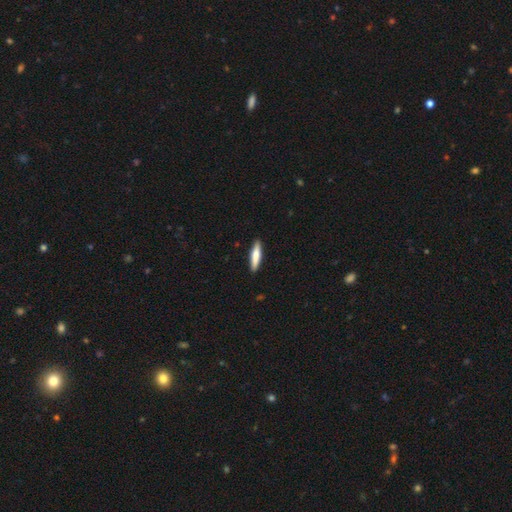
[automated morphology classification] smooth 69%, featured or disk 25%, star or artifact 5%. Down the decision tree: how rounded — cigar-shaped (82%); merging — none (90%).